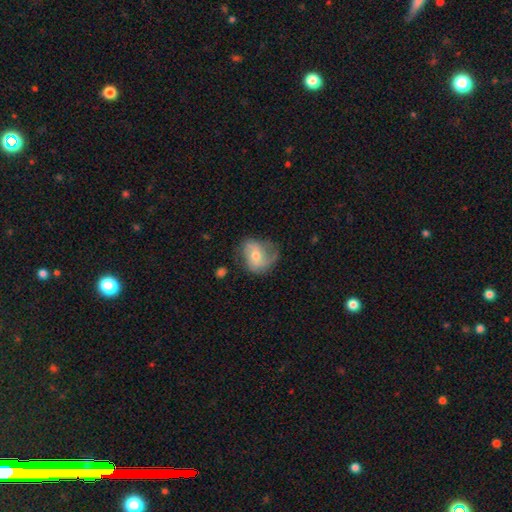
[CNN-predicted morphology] Smooth or featured? Predicted: featured or disk (p=0.60). Edge-on disk? Predicted: no (p=0.97). Bar? Predicted: no (p=0.62). Spiral arms? Predicted: yes (p=0.85). Bulge size? Predicted: moderate (p=0.62). Merging? Predicted: none (p=0.53).